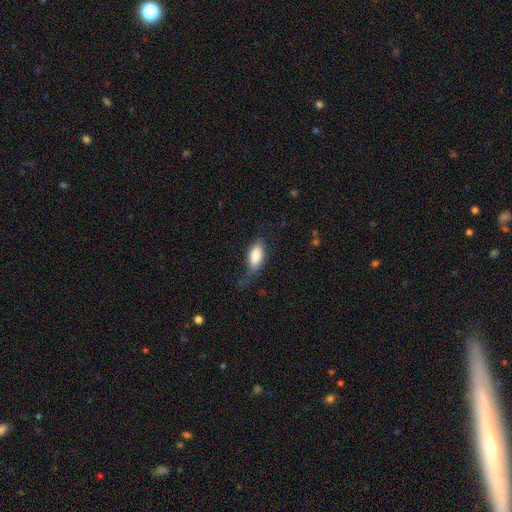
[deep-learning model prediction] Smooth or featured?
  - smooth: 82% *
  - featured or disk: 11%
  - star or artifact: 6%
How rounded?
  - in between: 88% *
  - cigar-shaped: 9%
  - round: 3%
Merging?
  - none: 45% *
  - minor disturbance: 32%
  - major disturbance: 21%
  - merger: 2%